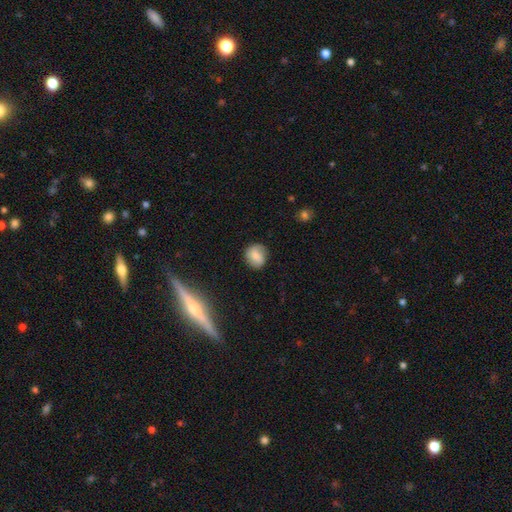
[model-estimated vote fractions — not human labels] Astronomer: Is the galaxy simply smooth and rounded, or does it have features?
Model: smooth — 68%.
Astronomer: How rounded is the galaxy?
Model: round — 76%.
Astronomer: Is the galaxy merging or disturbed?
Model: none — 80%.